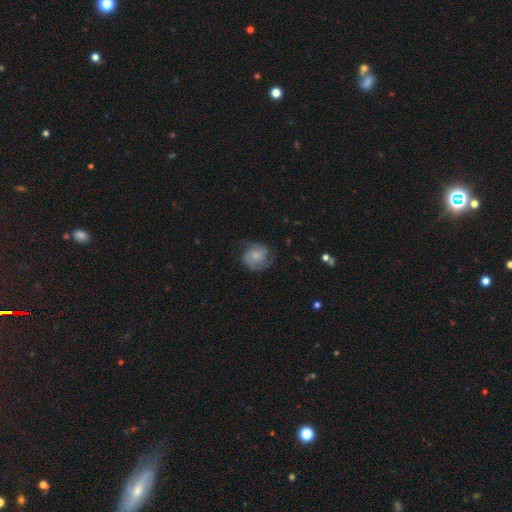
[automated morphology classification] featured or disk 61%, smooth 31%, star or artifact 7%. Down the decision tree: edge-on disk — no (98%); bar — no (73%); spiral arms — yes (92%); spiral arm count — 2 (77%); spiral winding — medium (44%); bulge size — small (49%); merging — none (66%).